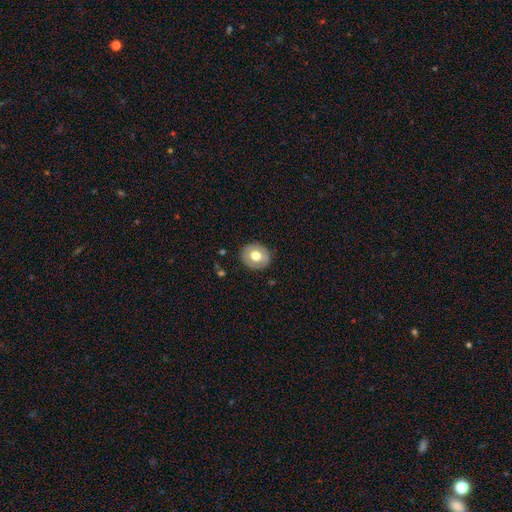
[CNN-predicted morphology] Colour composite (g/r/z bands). It shows a smooth galaxy with no disk features (60%) that is round (70%). Merging: none (85%).